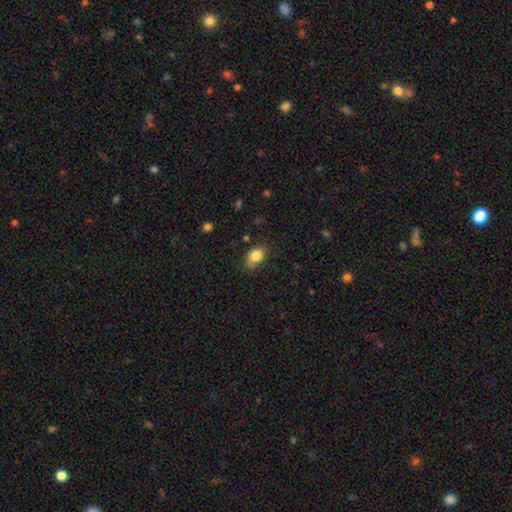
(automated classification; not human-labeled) Smooth or featured? smooth (83%)
How rounded? in between (80%)
Merging? none (72%)